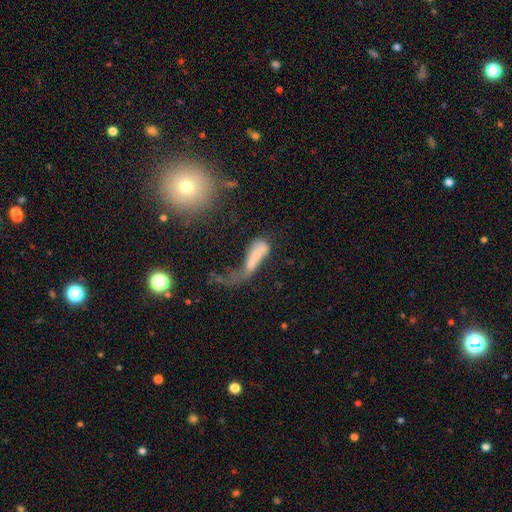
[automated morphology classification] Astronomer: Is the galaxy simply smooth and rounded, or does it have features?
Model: smooth — 55% (runner-up: featured or disk, 33%).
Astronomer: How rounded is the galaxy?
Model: cigar-shaped — 49% (runner-up: in between, 45%).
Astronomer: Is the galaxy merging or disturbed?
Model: major disturbance — 56%.